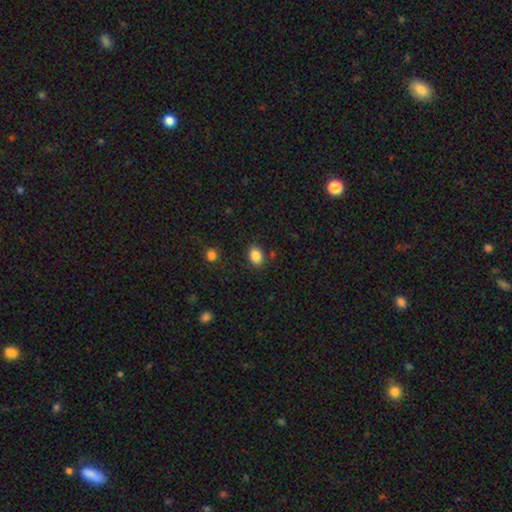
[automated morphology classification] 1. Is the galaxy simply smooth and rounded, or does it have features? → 85% smooth, 10% star or artifact, 5% featured or disk.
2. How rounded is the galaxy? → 67% in between, 32% round, 1% cigar-shaped.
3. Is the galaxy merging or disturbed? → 84% none, 10% minor disturbance, 3% merger, 3% major disturbance.